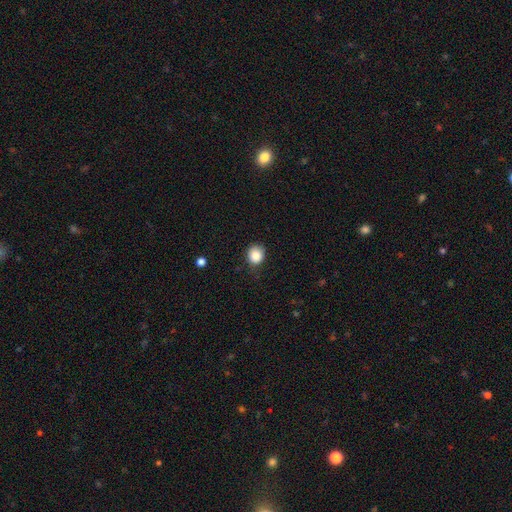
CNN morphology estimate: smooth 86%, star or artifact 10%, featured or disk 5%. Down the decision tree: how rounded — round (76%); merging — none (72%).